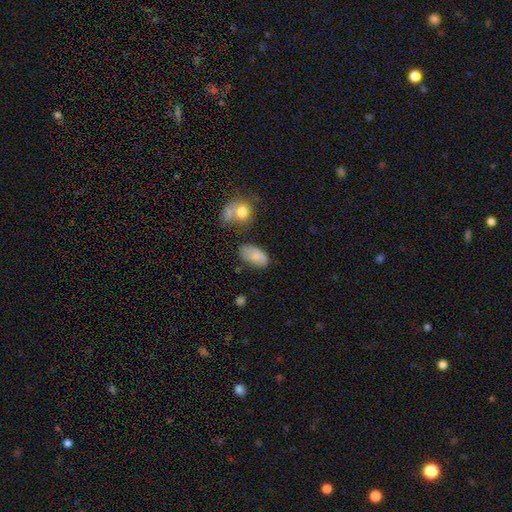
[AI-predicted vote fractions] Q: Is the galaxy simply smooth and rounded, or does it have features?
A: smooth — 81%.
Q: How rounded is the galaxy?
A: in between — 93%.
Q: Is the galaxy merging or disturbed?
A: none — 61%.